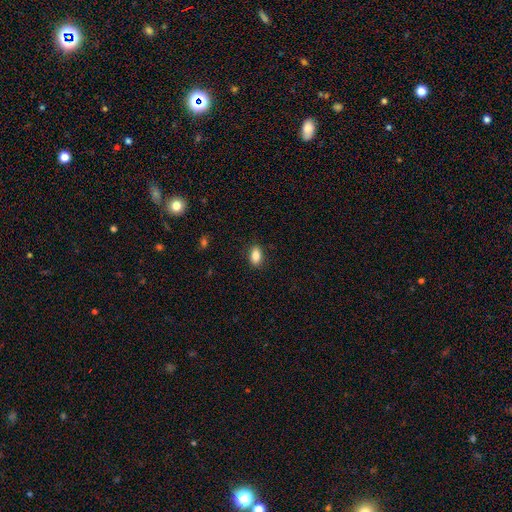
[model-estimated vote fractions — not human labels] smooth_or_featured: smooth (p=0.86) [alt: star or artifact p=0.08]
how_rounded: in between (p=0.88) [alt: round p=0.08]
merging: none (p=0.88) [alt: minor disturbance p=0.09]